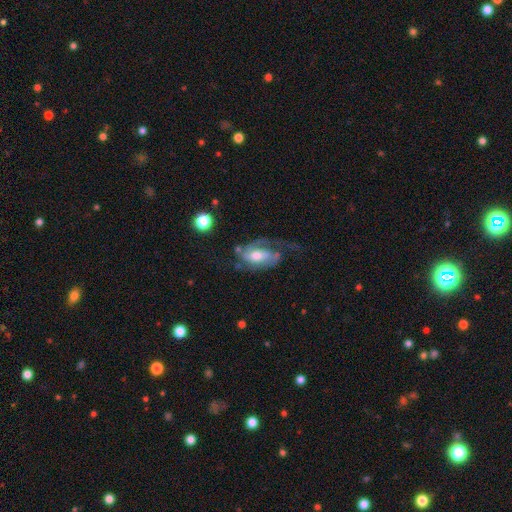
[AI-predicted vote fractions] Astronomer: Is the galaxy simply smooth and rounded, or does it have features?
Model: featured or disk — 78%.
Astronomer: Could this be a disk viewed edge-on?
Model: no — 95%.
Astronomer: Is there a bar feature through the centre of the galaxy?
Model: no — 45% (runner-up: weak, 39%).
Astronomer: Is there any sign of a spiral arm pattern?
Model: yes — 90%.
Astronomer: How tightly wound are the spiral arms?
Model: medium — 44% (runner-up: tight, 28%).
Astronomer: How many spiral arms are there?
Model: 2 — 51% (runner-up: 1, 27%).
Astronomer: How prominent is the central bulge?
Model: moderate — 62%.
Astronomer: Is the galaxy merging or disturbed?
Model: none — 39% (runner-up: major disturbance, 36%).